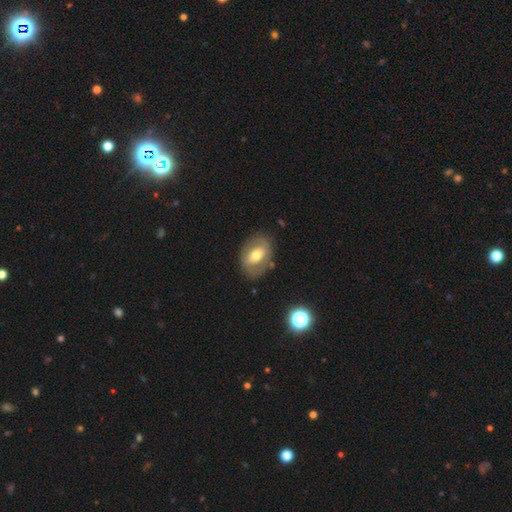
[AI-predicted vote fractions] The model was most divided on "smooth or featured": featured or disk: 50%, smooth: 43%, star or artifact: 7%. More confident: edge-on disk — no (92%); merging — none (76%).